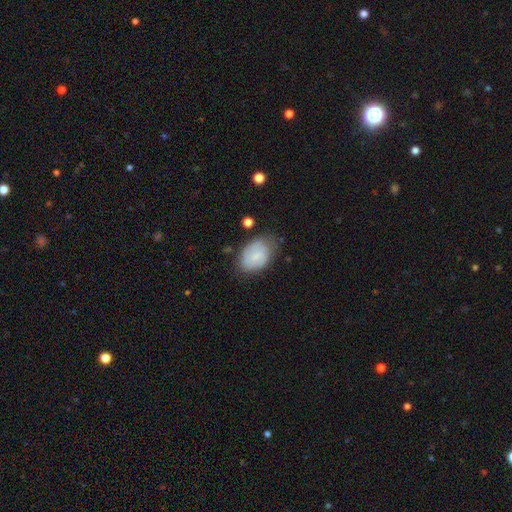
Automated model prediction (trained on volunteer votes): Smooth or featured?
  - smooth: 68% *
  - featured or disk: 25%
  - star or artifact: 7%
How rounded?
  - in between: 84% *
  - round: 15%
  - cigar-shaped: 1%
Merging?
  - none: 60% *
  - minor disturbance: 29%
  - major disturbance: 9%
  - merger: 3%